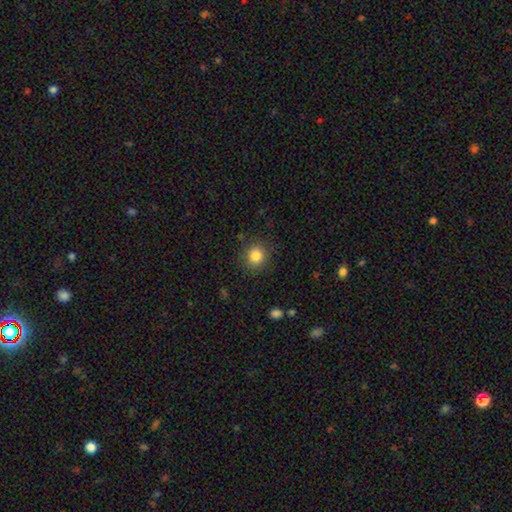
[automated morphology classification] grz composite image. It shows a smooth galaxy with no disk features (83%) that is round (87%). Merging: none (87%).